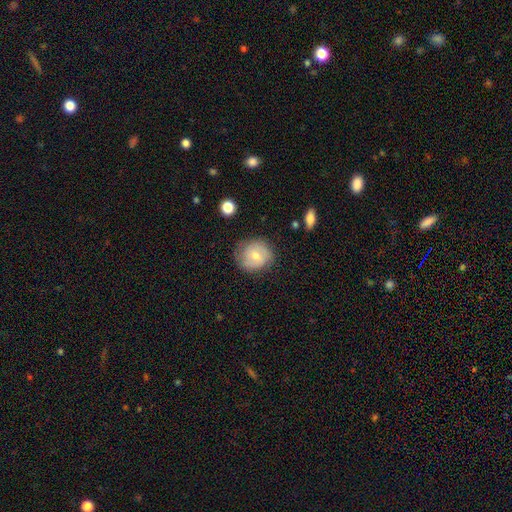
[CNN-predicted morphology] type=smooth (59%); roundness=round (79%); merging=none (71%).